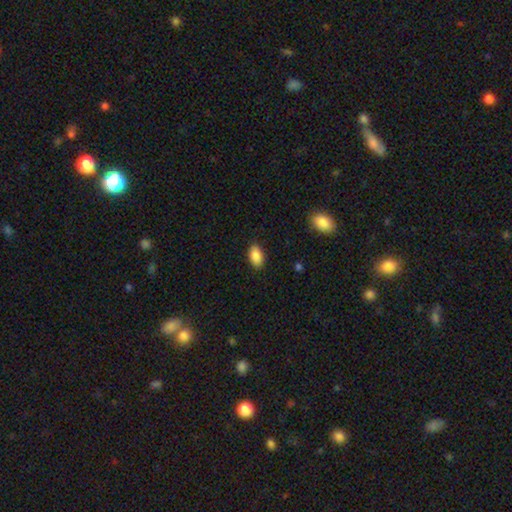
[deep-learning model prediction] This is clearly a smooth galaxy (88%). How rounded: clearly in between (92%). Merging: clearly none (87%).